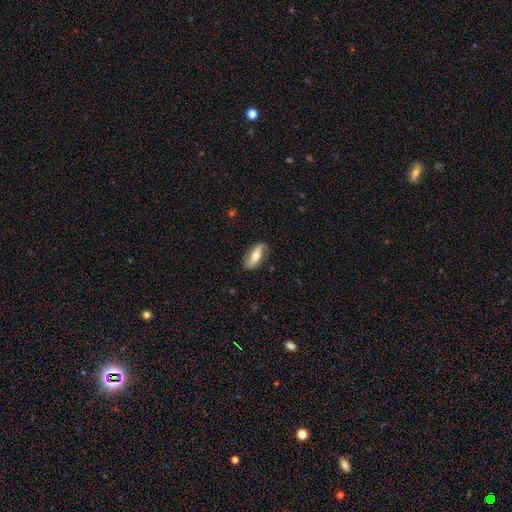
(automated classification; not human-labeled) Smooth or featured: featured or disk — 53% (smooth — 41%)
Edge-on disk: no — 79% (yes — 21%)
Merging: none — 81% (minor disturbance — 14%)